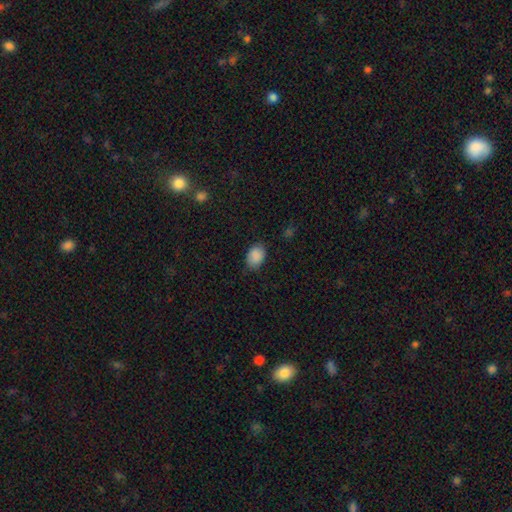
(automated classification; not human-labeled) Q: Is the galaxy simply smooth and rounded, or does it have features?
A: smooth — 89%.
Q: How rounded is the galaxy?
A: in between — 78%.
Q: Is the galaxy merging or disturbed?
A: none — 79%.